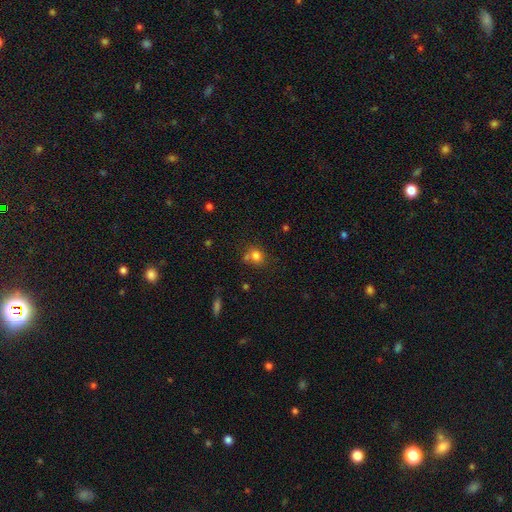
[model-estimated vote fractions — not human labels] The model was most divided on "merging": none: 58%, merger: 24%, minor disturbance: 13%, major disturbance: 5%. More confident: smooth or featured — smooth (78%); how rounded — round (72%).